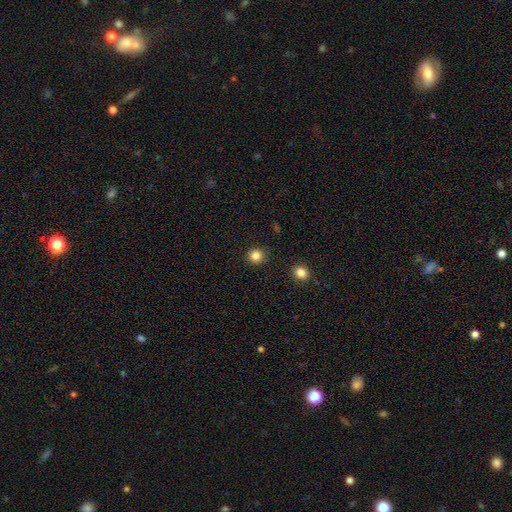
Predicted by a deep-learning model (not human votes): The model was most divided on "smooth or featured": smooth: 83%, star or artifact: 12%, featured or disk: 5%. More confident: merging — none (91%); how rounded — round (90%).